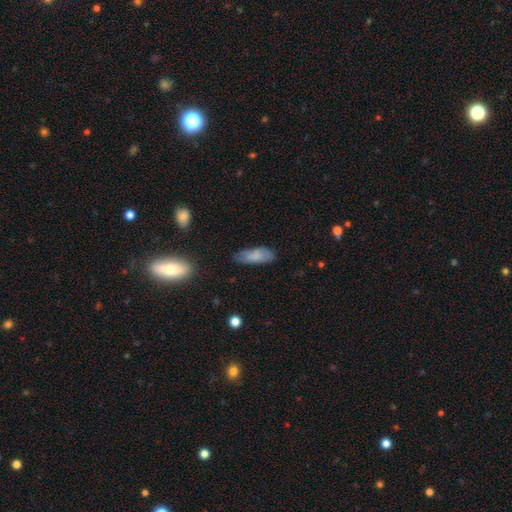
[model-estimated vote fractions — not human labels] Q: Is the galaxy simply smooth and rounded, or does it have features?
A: smooth — 80%.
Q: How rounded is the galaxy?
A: in between — 71%.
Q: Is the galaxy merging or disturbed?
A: none — 72%.